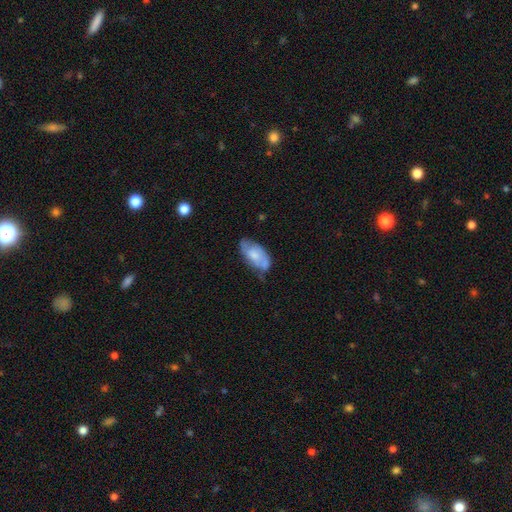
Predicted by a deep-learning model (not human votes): smooth 54%, featured or disk 39%, star or artifact 7%. Down the decision tree: how rounded — in between (92%); merging — none (49%).